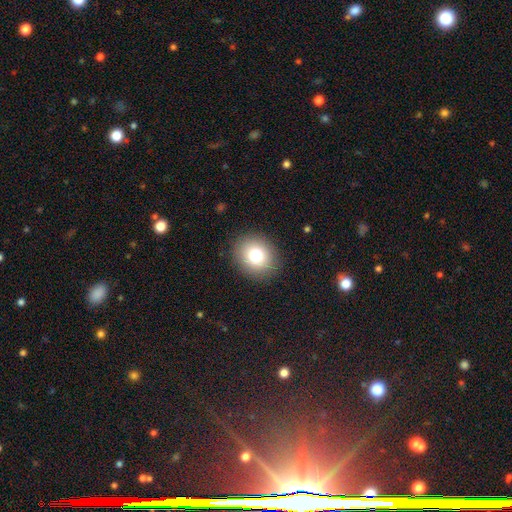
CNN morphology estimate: The model was most divided on "how rounded": round: 67%, in between: 33%, cigar-shaped: 1%. More confident: merging — none (89%); smooth or featured — smooth (79%).